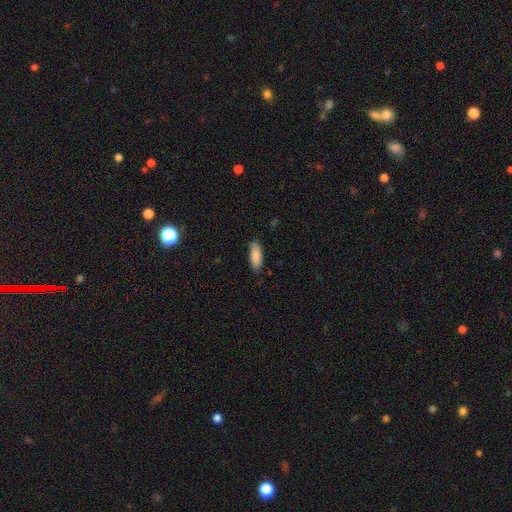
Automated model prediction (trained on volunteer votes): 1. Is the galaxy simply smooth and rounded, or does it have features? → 88% smooth, 6% star or artifact, 6% featured or disk.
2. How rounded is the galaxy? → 72% in between, 27% cigar-shaped, 2% round.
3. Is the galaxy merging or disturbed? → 81% none, 15% minor disturbance, 2% major disturbance, 1% merger.